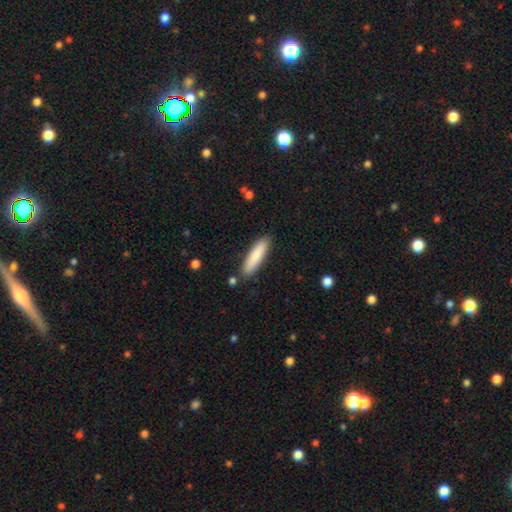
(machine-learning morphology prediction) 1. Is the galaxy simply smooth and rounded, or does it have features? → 85% smooth, 10% featured or disk, 5% star or artifact.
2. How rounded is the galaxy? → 74% cigar-shaped, 24% in between, 1% round.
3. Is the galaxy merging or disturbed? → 87% none, 9% minor disturbance, 2% merger, 2% major disturbance.